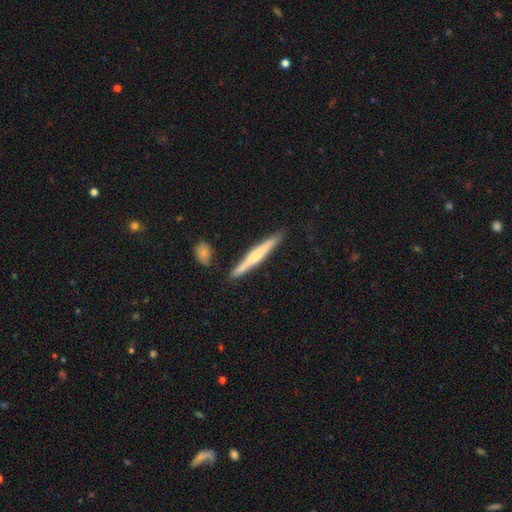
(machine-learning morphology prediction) The model was most divided on "smooth or featured": featured or disk: 51%, smooth: 43%, star or artifact: 5%. More confident: edge-on disk — yes (97%); merging — none (85%).